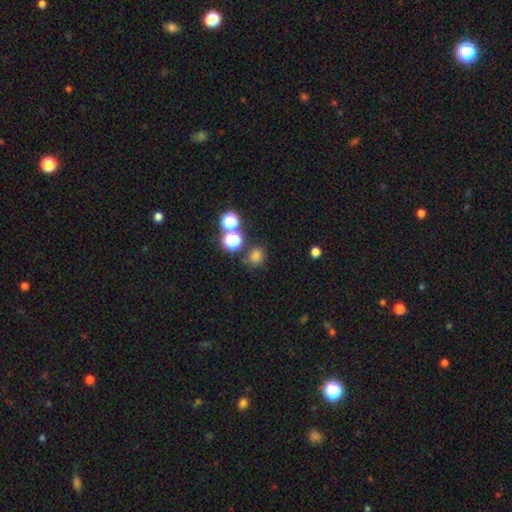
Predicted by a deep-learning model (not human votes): A smooth galaxy with no disk features (71%) that is round (79%).

Vote fractions:
- Smooth or featured? smooth: 71% / star or artifact: 23% / featured or disk: 6%
- How rounded? round: 79% / in between: 20% / cigar-shaped: 1%
- Merging? none: 76% / merger: 11% / minor disturbance: 10% / major disturbance: 4%